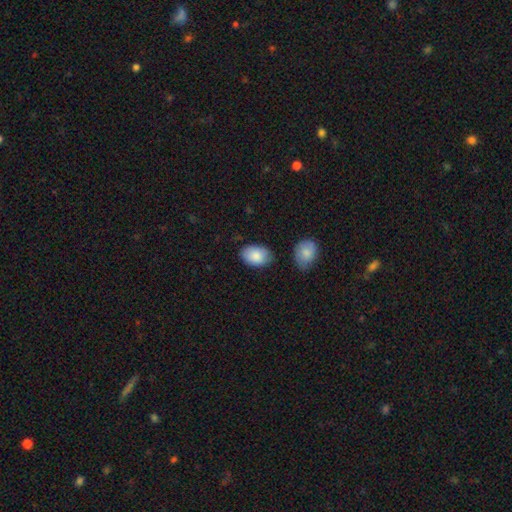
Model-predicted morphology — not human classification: A smooth galaxy with no disk features (87%) that is in between round and cigar-shaped (88%).

Vote fractions:
- Smooth or featured? smooth: 87% / featured or disk: 7% / star or artifact: 6%
- How rounded? in between: 88% / round: 11% / cigar-shaped: 1%
- Merging? none: 76% / minor disturbance: 17% / merger: 4% / major disturbance: 3%